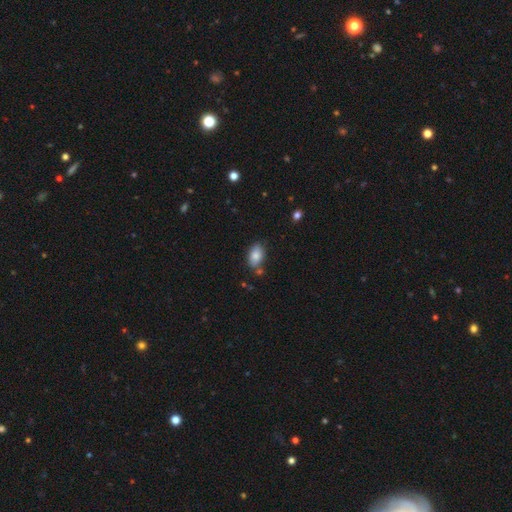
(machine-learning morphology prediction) smooth 83%, featured or disk 9%, star or artifact 8%. Down the decision tree: how rounded — in between (91%); merging — none (73%).